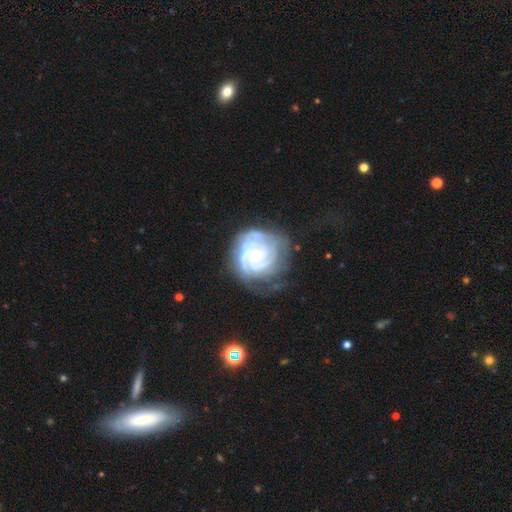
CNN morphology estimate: Smooth or featured? featured or disk (84%)
Edge-on disk? no (98%)
Bar? no (74%)
Spiral arms? yes (92%)
Spiral winding? tight (74%)
Spiral arm count? can't tell (35%)
Bulge size? small (67%)
Merging? none (56%)